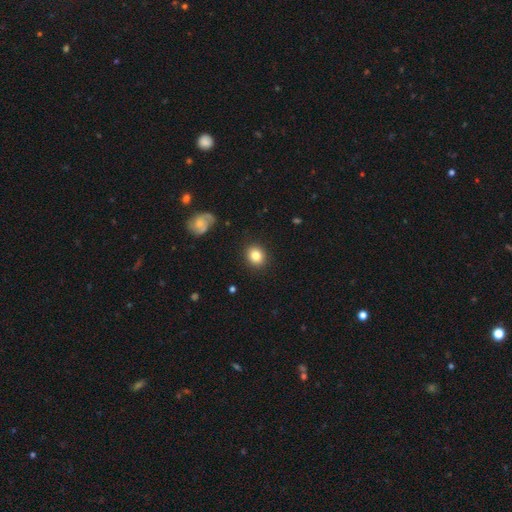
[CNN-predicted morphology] smooth_or_featured: smooth (p=0.84) [alt: star or artifact p=0.09]
how_rounded: round (p=0.70) [alt: in between p=0.29]
merging: none (p=0.89) [alt: minor disturbance p=0.07]